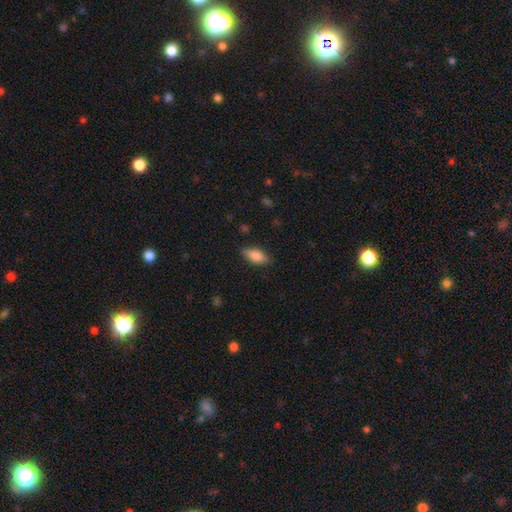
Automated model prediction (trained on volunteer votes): Morphology: type=smooth (78%); roundness=in between (81%); merging=none (80%).